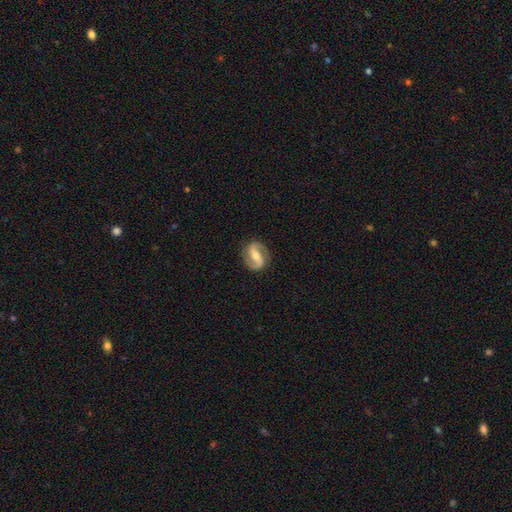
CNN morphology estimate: Smooth or featured: featured or disk — 85% (smooth — 10%)
Edge-on disk: no — 97% (yes — 3%)
Bar: strong — 50% (weak — 32%)
Spiral arms: yes — 94% (no — 6%)
Spiral winding: medium — 47% (loose — 34%)
Spiral arm count: 2 — 93% (can't tell — 2%)
Bulge size: moderate — 64% (small — 30%)
Merging: none — 86% (minor disturbance — 10%)